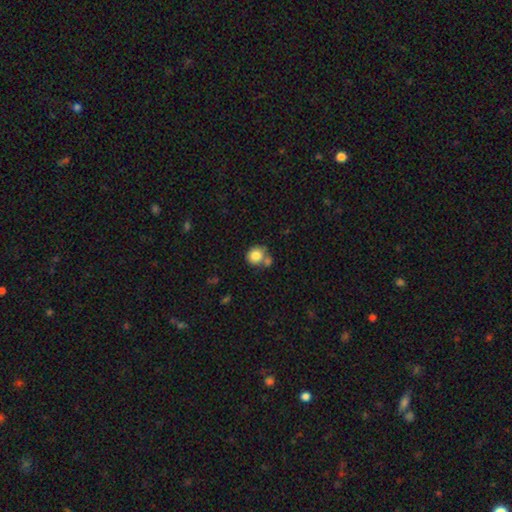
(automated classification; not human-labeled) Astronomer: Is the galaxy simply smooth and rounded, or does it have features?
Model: smooth — 83%.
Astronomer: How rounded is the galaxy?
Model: round — 80%.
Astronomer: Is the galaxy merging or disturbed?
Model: none — 53% (runner-up: merger, 29%).